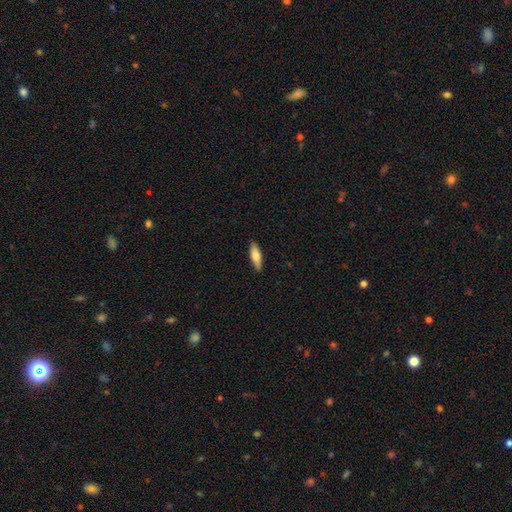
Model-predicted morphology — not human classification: Smooth or featured?
  - smooth: 70% *
  - featured or disk: 24%
  - star or artifact: 6%
How rounded?
  - cigar-shaped: 49% * (tied)
  - in between: 49% * (tied)
  - round: 2%
Merging?
  - none: 89% *
  - minor disturbance: 8%
  - major disturbance: 2%
  - merger: 1%